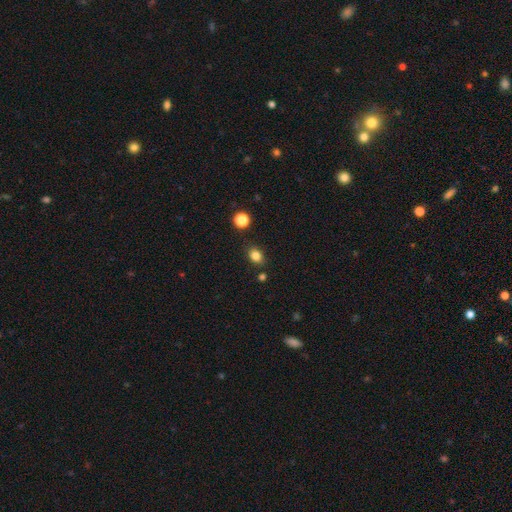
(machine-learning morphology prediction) This is clearly a smooth galaxy (83%). How rounded: likely in between (61%). Merging: clearly none (82%).